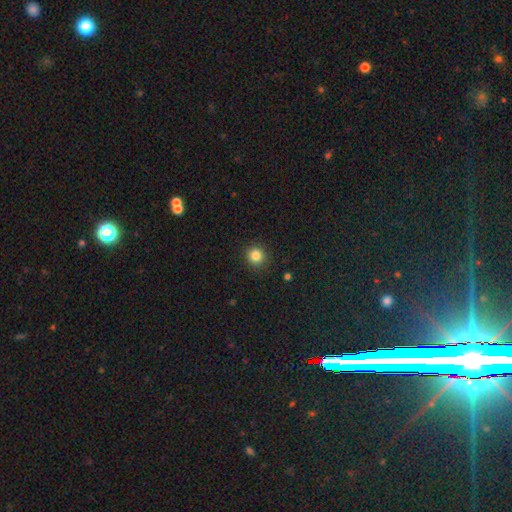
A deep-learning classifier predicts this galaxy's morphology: Smooth or featured? Predicted: smooth (p=0.84). How rounded? Predicted: round (p=0.93). Merging? Predicted: none (p=0.91).